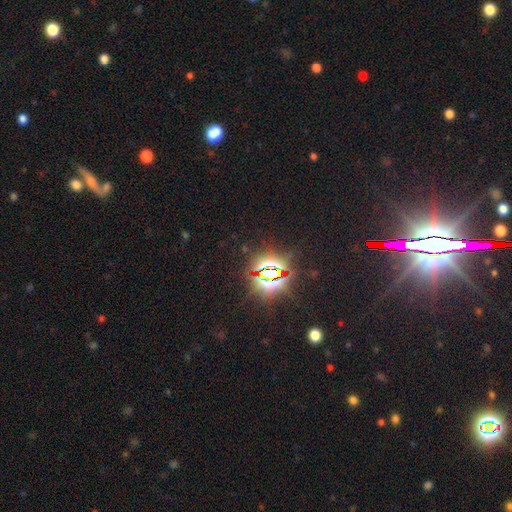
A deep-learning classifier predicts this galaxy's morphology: smooth-or-featured: star or artifact: 85% | smooth: 8% | featured or disk: 7%